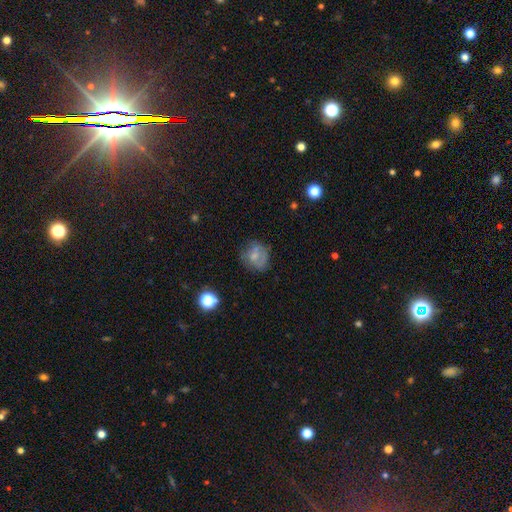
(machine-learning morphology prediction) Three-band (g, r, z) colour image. It shows a smooth galaxy with no disk features (56%) that is round (63%). Merging: none (55%).